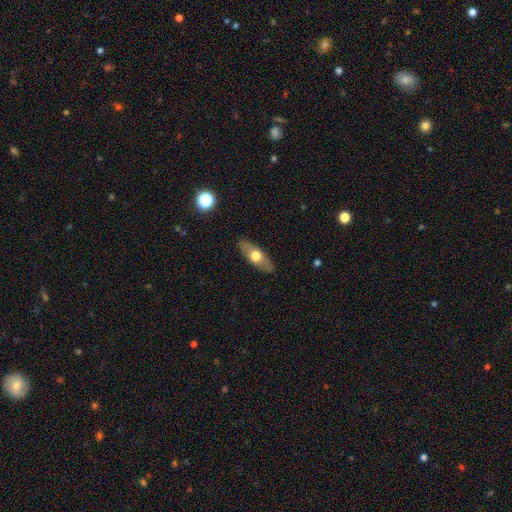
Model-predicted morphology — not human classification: Smooth or featured: smooth — 54% (featured or disk — 40%)
How rounded: in between — 64% (cigar-shaped — 32%)
Merging: none — 88% (minor disturbance — 9%)